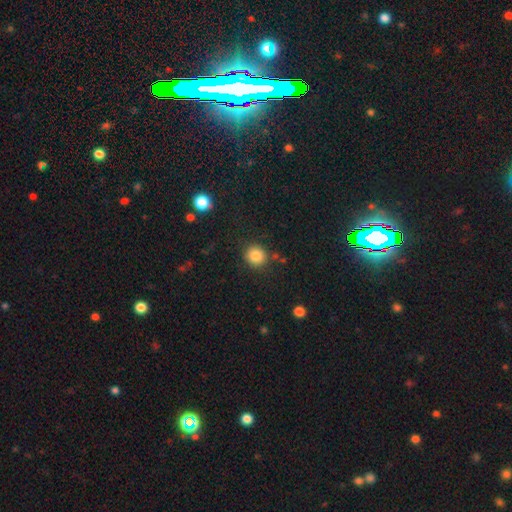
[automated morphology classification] smooth_or_featured: smooth (p=0.84) [alt: star or artifact p=0.11]
how_rounded: round (p=0.90) [alt: in between p=0.09]
merging: none (p=0.86) [alt: minor disturbance p=0.09]